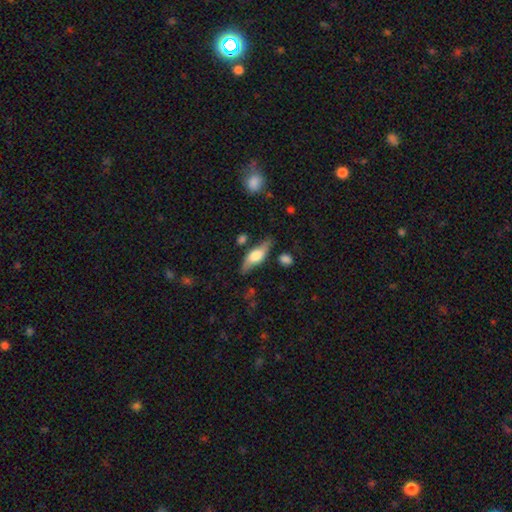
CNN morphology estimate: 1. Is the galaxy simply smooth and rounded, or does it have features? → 50% smooth, 44% featured or disk, 6% star or artifact.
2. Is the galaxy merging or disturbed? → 72% none, 19% minor disturbance, 5% major disturbance, 3% merger.